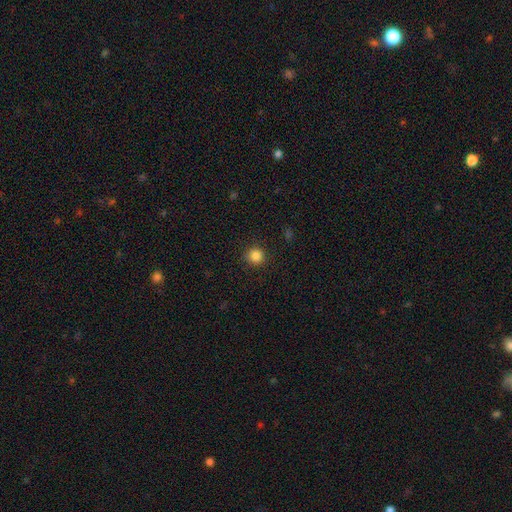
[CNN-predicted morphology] smooth_or_featured: smooth (p=0.84) [alt: star or artifact p=0.12]
how_rounded: round (p=0.94) [alt: in between p=0.05]
merging: none (p=0.91) [alt: minor disturbance p=0.06]